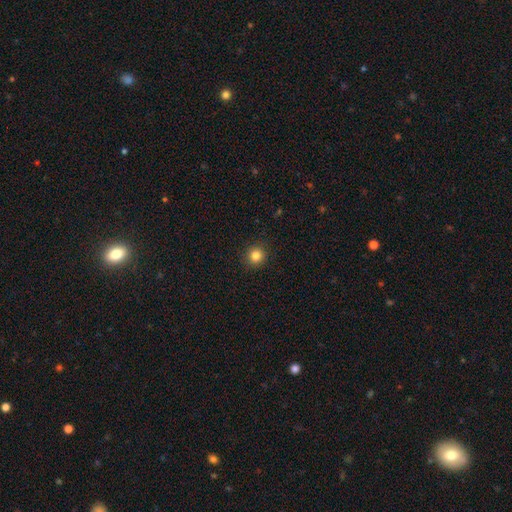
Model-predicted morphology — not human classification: Overall: smooth (84%). How rounded: round (92%). Merging: none (91%).